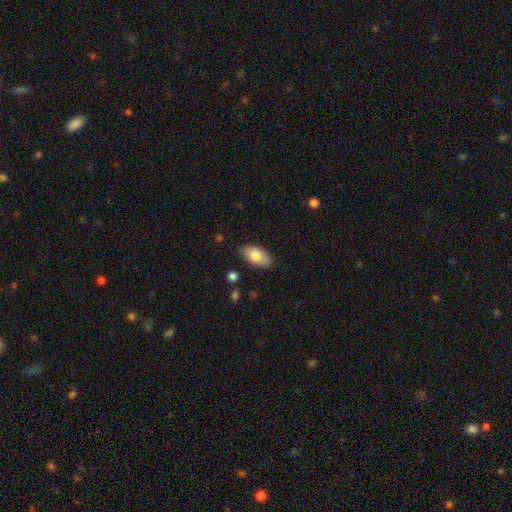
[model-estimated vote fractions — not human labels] Overall: smooth (78%). How rounded: in between (93%). Merging: none (84%).